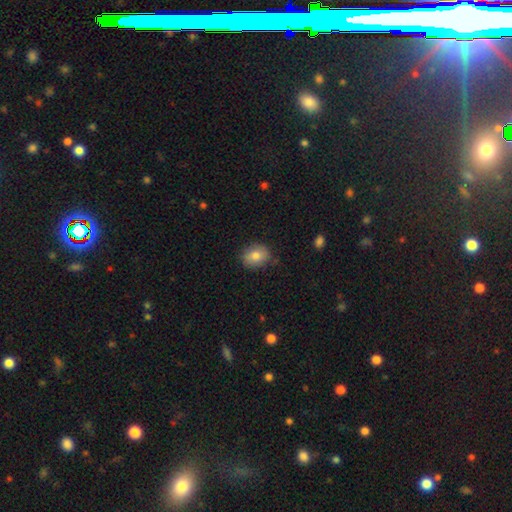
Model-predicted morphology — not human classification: Smooth or featured? Predicted: smooth (p=0.81). How rounded? Predicted: in between (p=0.50). Merging? Predicted: none (p=0.82).